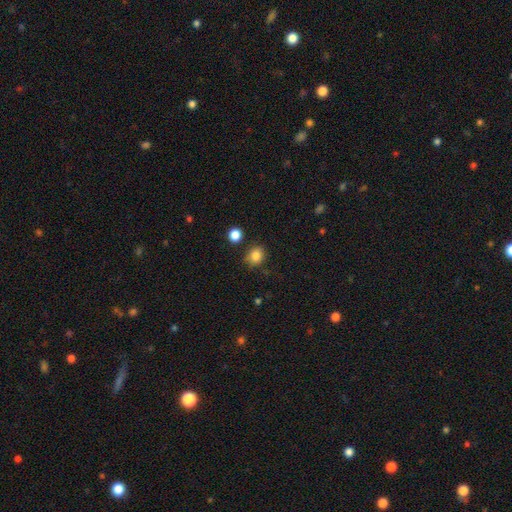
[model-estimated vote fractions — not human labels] Smooth or featured?
  - smooth: 83% *
  - star or artifact: 11%
  - featured or disk: 5%
How rounded?
  - round: 70% *
  - in between: 29%
  - cigar-shaped: 1%
Merging?
  - none: 79% *
  - minor disturbance: 14%
  - merger: 4%
  - major disturbance: 3%